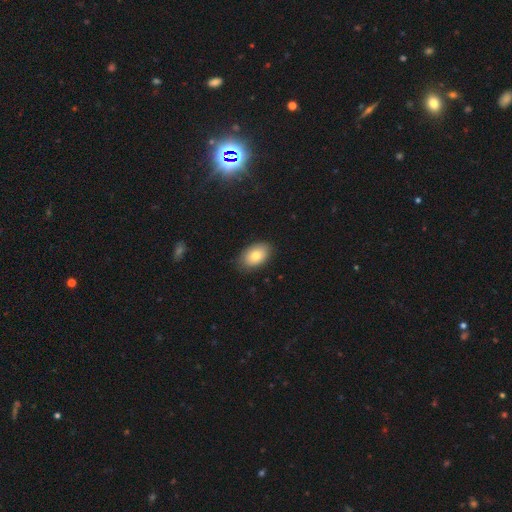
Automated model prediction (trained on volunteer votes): This is clearly a smooth galaxy (80%). How rounded: clearly in between (90%). Merging: clearly none (84%).